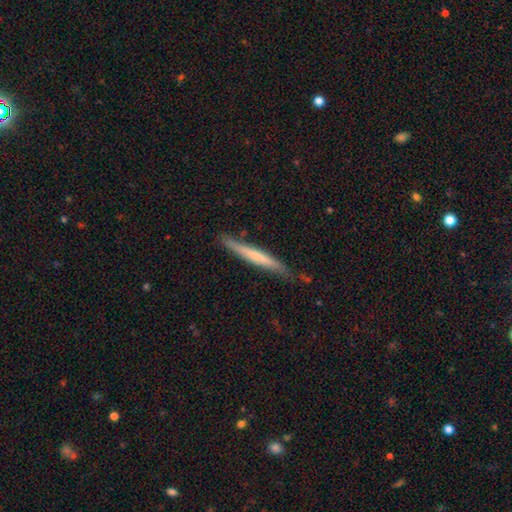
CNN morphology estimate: Smooth or featured? Predicted: smooth (p=0.52). How rounded? Predicted: cigar-shaped (p=0.96). Merging? Predicted: none (p=0.80).